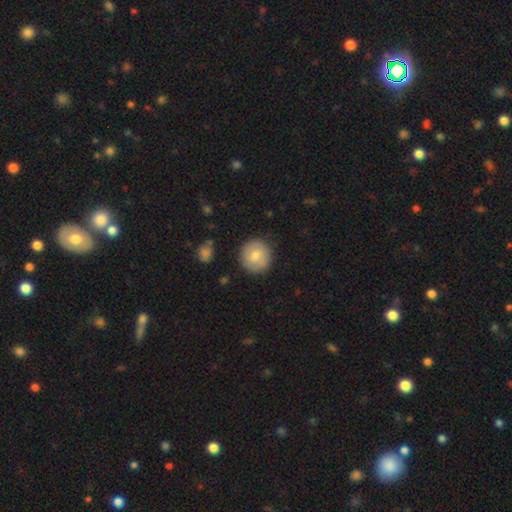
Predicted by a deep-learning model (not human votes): Smooth or featured: smooth — 70% (featured or disk — 23%)
How rounded: round — 93% (in between — 6%)
Merging: none — 85% (minor disturbance — 10%)